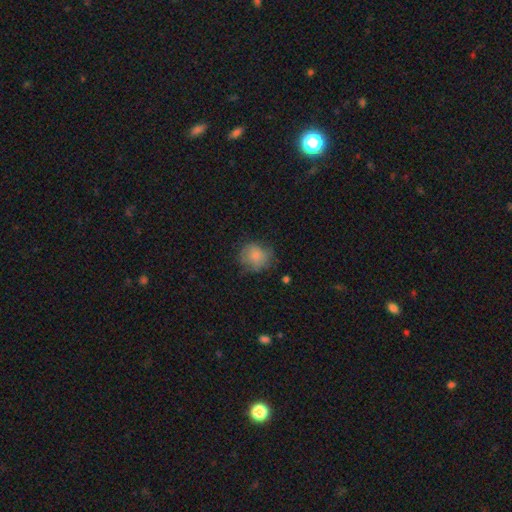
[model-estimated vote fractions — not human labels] Smooth or featured? Predicted: smooth (p=0.77). How rounded? Predicted: round (p=0.78). Merging? Predicted: none (p=0.58).